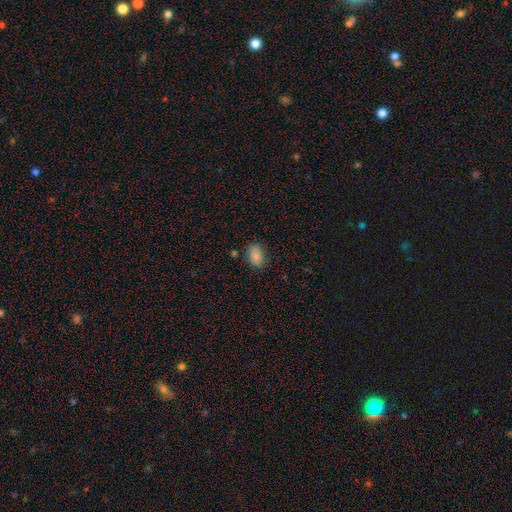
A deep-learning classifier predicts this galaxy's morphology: Smooth or featured? Predicted: smooth (p=0.86). How rounded? Predicted: in between (p=0.88). Merging? Predicted: none (p=0.80).